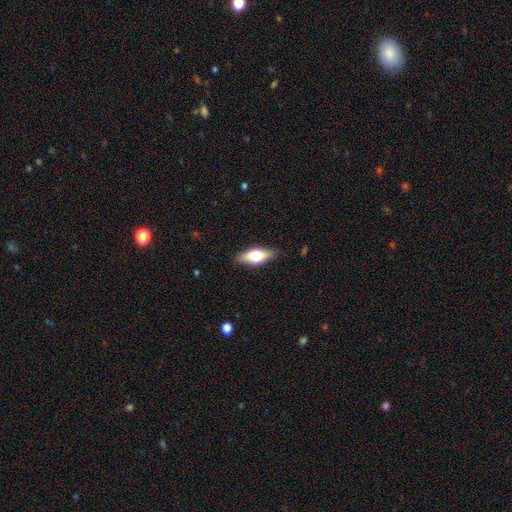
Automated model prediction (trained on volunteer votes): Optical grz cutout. It shows a smooth galaxy with no disk features (55%) that is in between round and cigar-shaped (71%). Merging: none (84%).